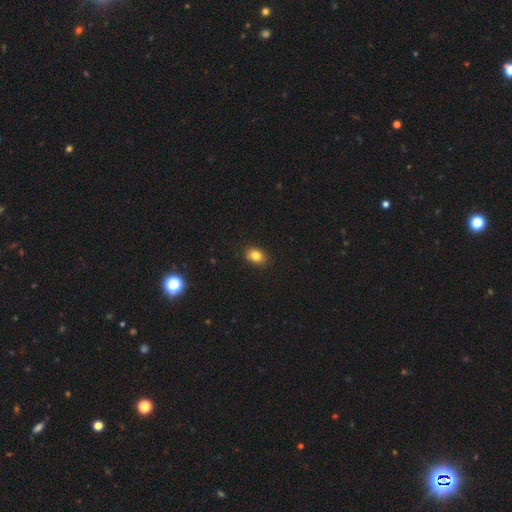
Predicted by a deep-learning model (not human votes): smooth-or-featured: smooth: 82% | star or artifact: 11% | featured or disk: 7%
  how-rounded: in between: 62% | round: 37% | cigar-shaped: 1%
  merging: none: 88% | minor disturbance: 9% | major disturbance: 2% | merger: 1%